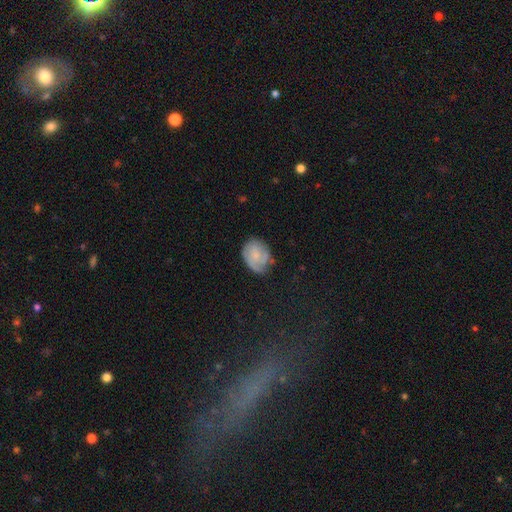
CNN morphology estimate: This is possibly a featured or disk galaxy (50%). It is clearly not viewed edge-on (98%). Merging: likely none (61%).